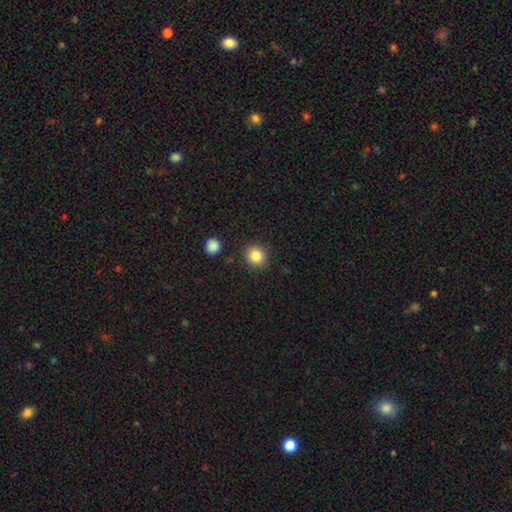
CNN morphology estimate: A smooth galaxy with no disk features (84%) that is round (89%). Merging: none (89%).